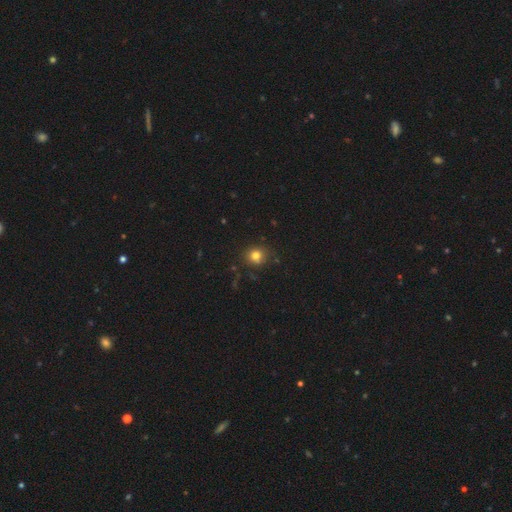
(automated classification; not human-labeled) smooth_or_featured: smooth (p=0.79) [alt: star or artifact p=0.15]
how_rounded: round (p=0.87) [alt: in between p=0.12]
merging: none (p=0.85) [alt: minor disturbance p=0.10]